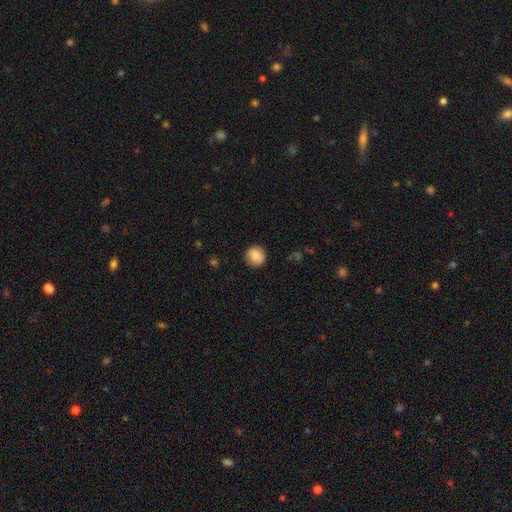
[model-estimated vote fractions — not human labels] Q: Smooth or featured?
A: smooth (81%); runner-up: featured or disk (11%)
Q: How rounded?
A: round (90%); runner-up: in between (9%)
Q: Merging?
A: none (76%); runner-up: minor disturbance (15%)